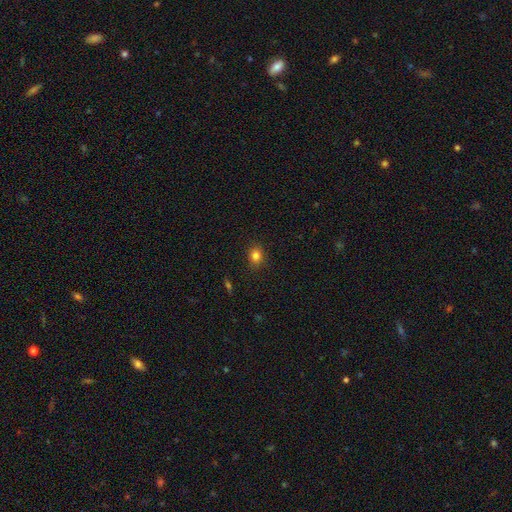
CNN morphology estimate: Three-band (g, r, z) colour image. It shows a smooth galaxy with no disk features (82%) that is round (63%). Merging: none (87%).